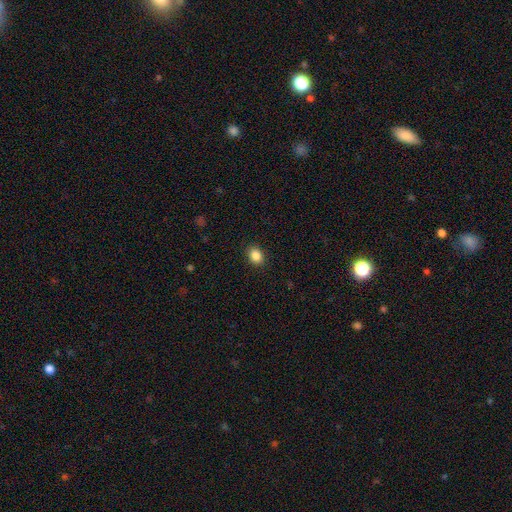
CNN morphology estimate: Smooth or featured? Predicted: smooth (p=0.87). How rounded? Predicted: in between (p=0.61). Merging? Predicted: none (p=0.90).